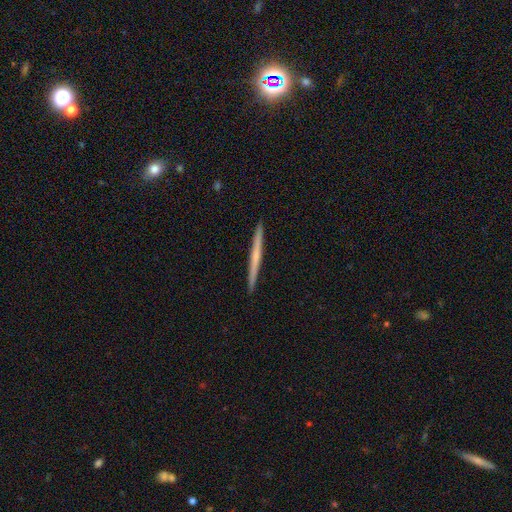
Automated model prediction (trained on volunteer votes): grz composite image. It shows a featured or disk galaxy (53%) viewed edge-on (98%) with no central bulge (75%). Merging: none (93%).